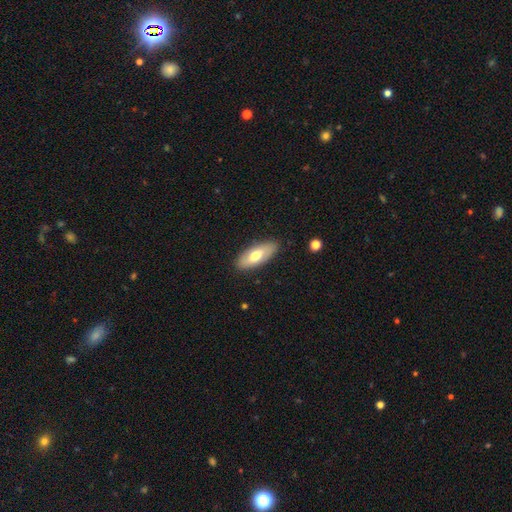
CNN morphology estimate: Q: Smooth or featured?
A: smooth (65%); runner-up: featured or disk (30%)
Q: How rounded?
A: in between (82%); runner-up: cigar-shaped (15%)
Q: Merging?
A: none (87%); runner-up: minor disturbance (10%)